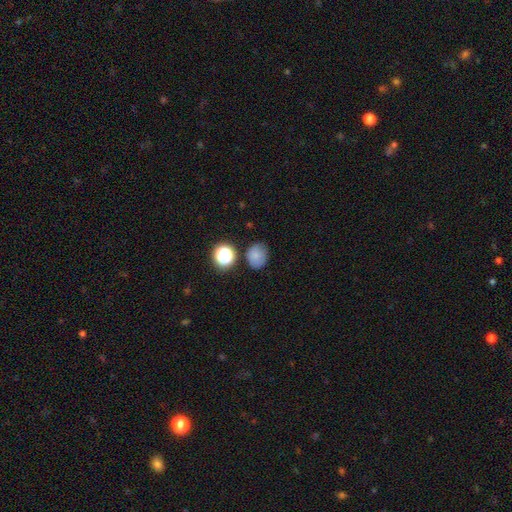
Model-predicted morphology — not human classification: This is likely a smooth galaxy (75%). How rounded: possibly round (53%). Merging: likely none (70%).